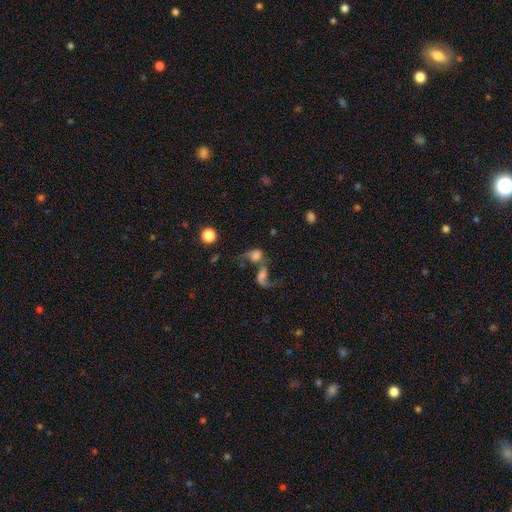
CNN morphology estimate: smooth_or_featured: smooth (p=0.44) [alt: featured or disk p=0.40]
merging: merger (p=0.69) [alt: major disturbance p=0.13]